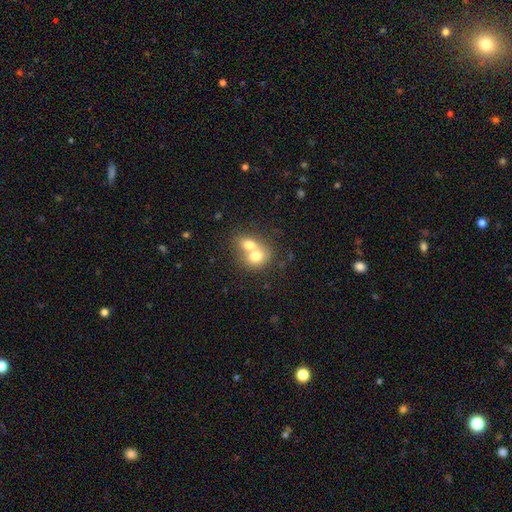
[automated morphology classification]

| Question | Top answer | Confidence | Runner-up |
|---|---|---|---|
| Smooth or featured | smooth | 70% | featured or disk (22%) |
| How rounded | round | 59% | in between (40%) |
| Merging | merger | 72% | none (20%) |